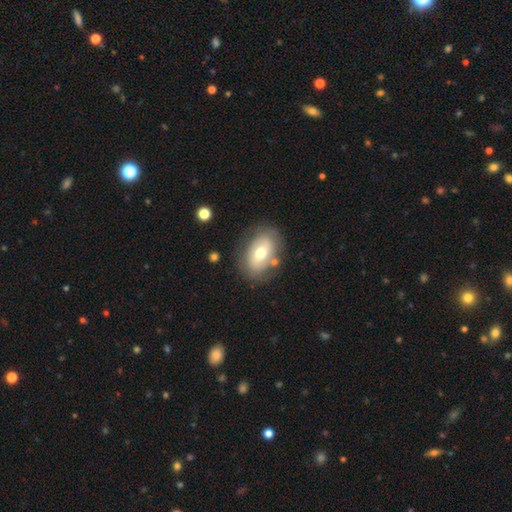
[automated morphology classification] smooth 60%, featured or disk 32%, star or artifact 8%. Down the decision tree: how rounded — in between (83%); merging — none (76%).